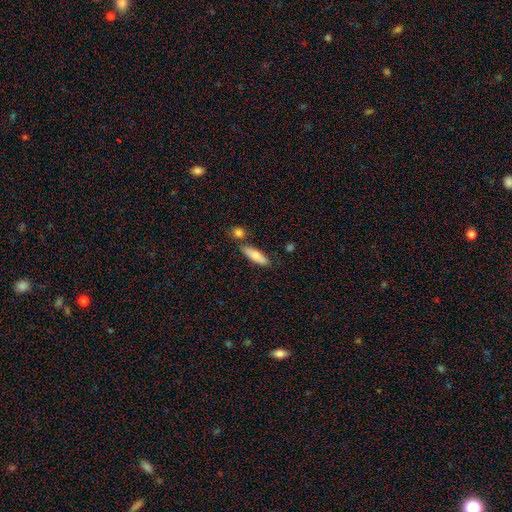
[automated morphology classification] This is likely a smooth galaxy (74%). How rounded: possibly cigar-shaped (52%). Merging: likely none (73%).